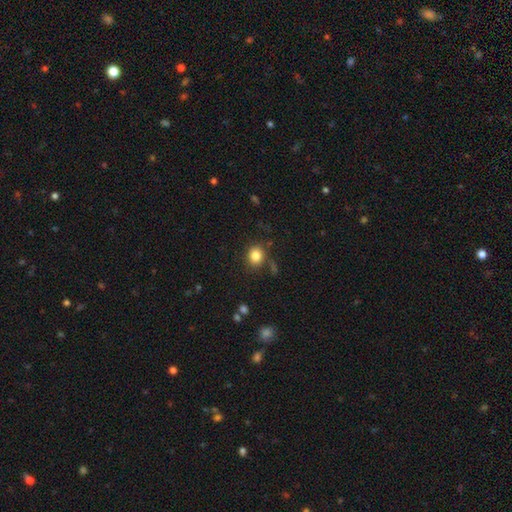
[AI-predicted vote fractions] smooth_or_featured: smooth (p=0.83) [alt: star or artifact p=0.11]
how_rounded: round (p=0.66) [alt: in between p=0.33]
merging: none (p=0.80) [alt: minor disturbance p=0.12]